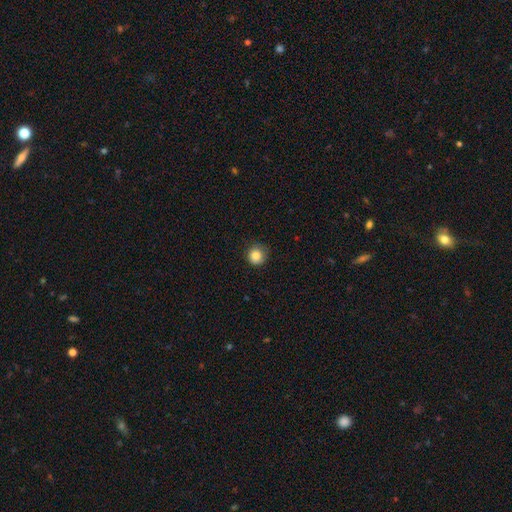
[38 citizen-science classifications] Overall: smooth (89%). How rounded: round (94%). Merging: none (75%).